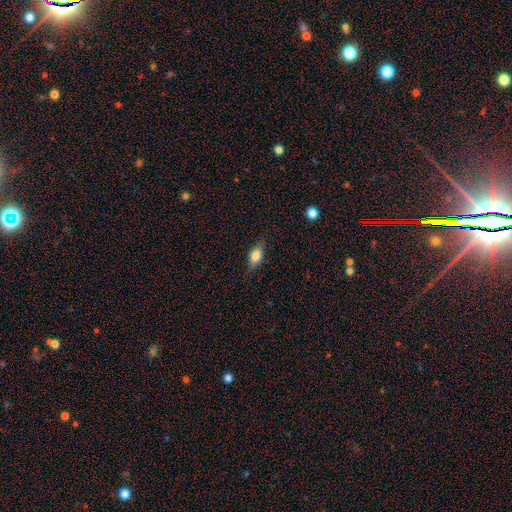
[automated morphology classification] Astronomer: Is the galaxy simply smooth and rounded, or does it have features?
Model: smooth — 66%.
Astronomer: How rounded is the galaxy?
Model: in between — 77%.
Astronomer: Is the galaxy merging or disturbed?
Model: none — 79%.